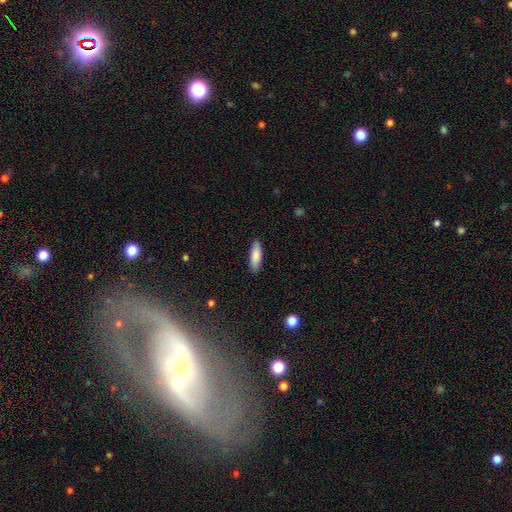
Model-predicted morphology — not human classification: This is clearly a smooth galaxy (85%). How rounded: possibly cigar-shaped (50%). Merging: clearly none (89%).